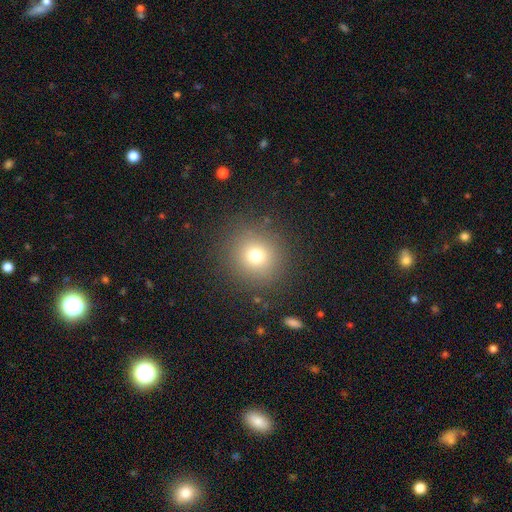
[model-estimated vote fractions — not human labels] Smooth or featured: smooth — 73% (star or artifact — 17%)
How rounded: round — 93% (in between — 6%)
Merging: none — 87% (minor disturbance — 7%)